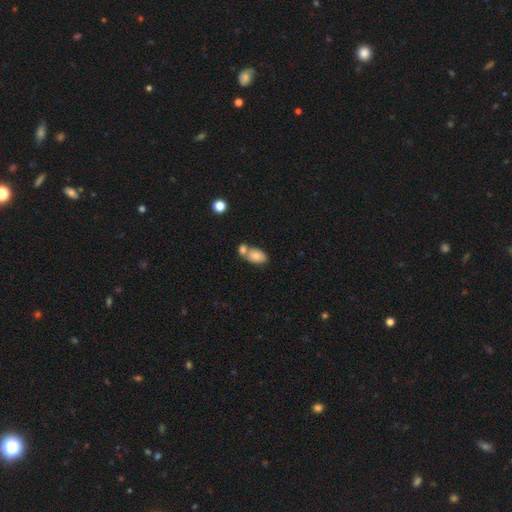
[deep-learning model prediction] This appears to be a smooth galaxy with no disk features (78%) that is in between round and cigar-shaped (87%). Merging: merger (49%).